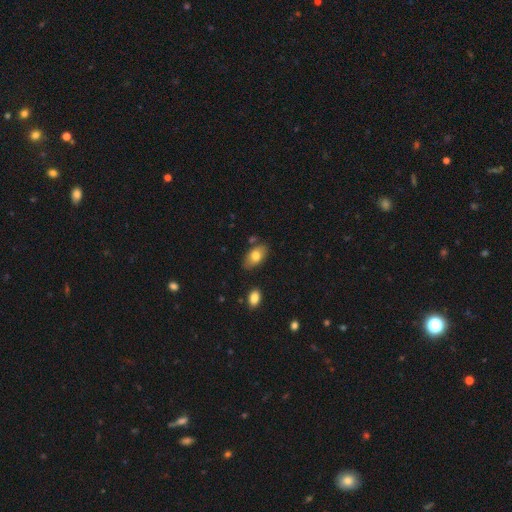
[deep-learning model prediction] Q: Smooth or featured?
A: smooth (76%); runner-up: featured or disk (17%)
Q: How rounded?
A: in between (92%); runner-up: round (6%)
Q: Merging?
A: none (77%); runner-up: minor disturbance (16%)